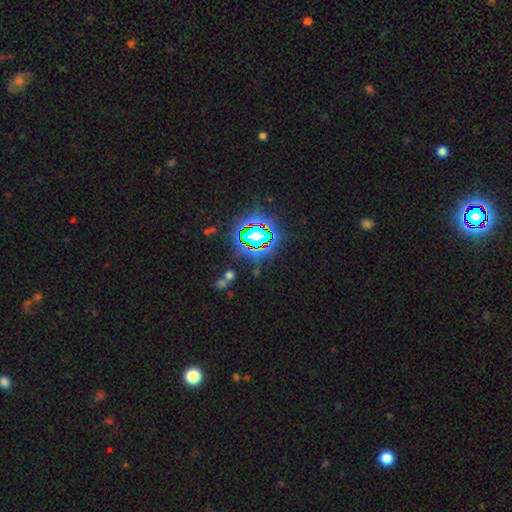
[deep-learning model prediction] Morphology: type=star or artifact (80%).